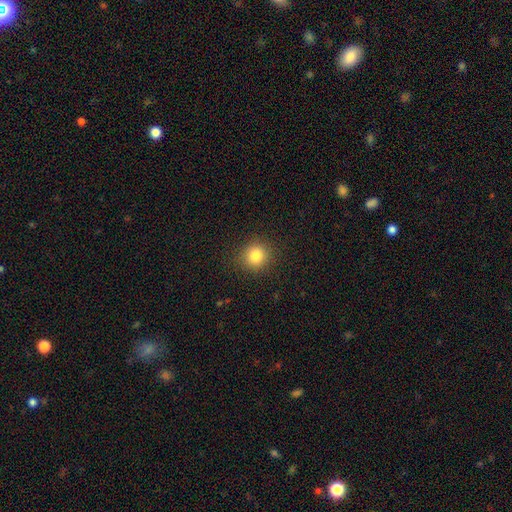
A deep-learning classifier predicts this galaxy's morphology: A smooth galaxy with no disk features (82%) that is round (89%).

Vote fractions:
- Smooth or featured? smooth: 82% / star or artifact: 12% / featured or disk: 6%
- How rounded? round: 89% / in between: 10% / cigar-shaped: 1%
- Merging? none: 89% / minor disturbance: 7% / major disturbance: 2% / merger: 1%